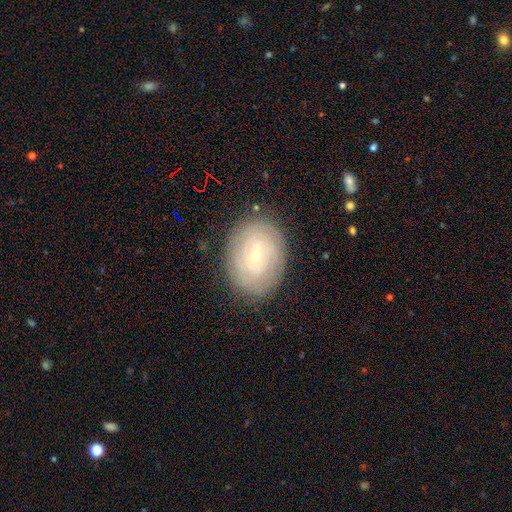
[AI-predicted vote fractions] A featured or disk galaxy (62%) with no bar (45%), spiral arms (67%) and a small central bulge (76%).

Vote fractions:
- Smooth or featured? featured or disk: 62% / smooth: 30% / star or artifact: 7%
- Edge-on disk? no: 96% / yes: 4%
- Bar? no: 45% / weak: 44% / strong: 12%
- Spiral arms? yes: 67% / no: 33%
- Bulge size? small: 76% / moderate: 21% / large: 1% / none: 1% / dominant: 1%
- Merging? none: 84% / minor disturbance: 11% / major disturbance: 3% / merger: 1%